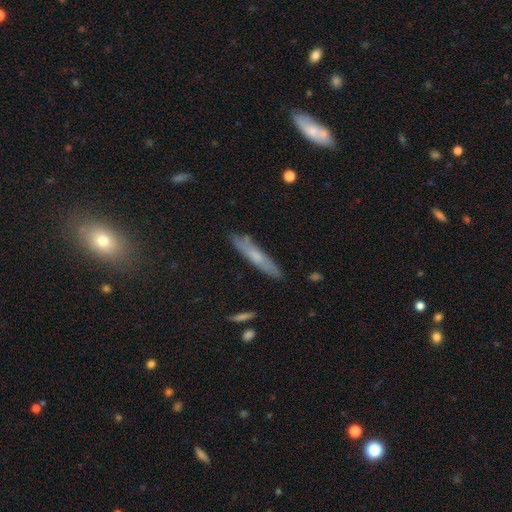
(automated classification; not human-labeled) Smooth or featured? Predicted: smooth (p=0.56). How rounded? Predicted: cigar-shaped (p=0.90). Merging? Predicted: none (p=0.84).